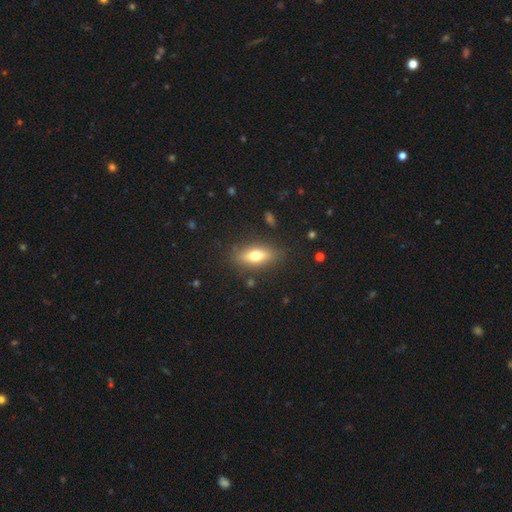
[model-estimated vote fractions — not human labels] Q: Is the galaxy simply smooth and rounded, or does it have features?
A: smooth — 68%.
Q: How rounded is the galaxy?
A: in between — 73%.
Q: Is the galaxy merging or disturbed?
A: none — 84%.